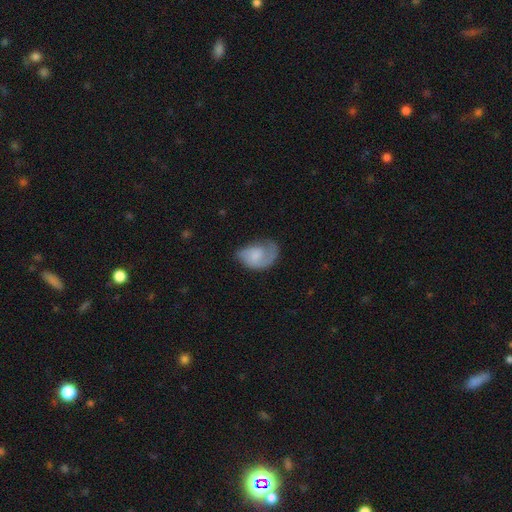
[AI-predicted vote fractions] Morphology: type=featured or disk (53%); edge-on=no (97%); bar=no (64%); spiral arms=yes (85%); bulge=none (38%); merging=none (42%).